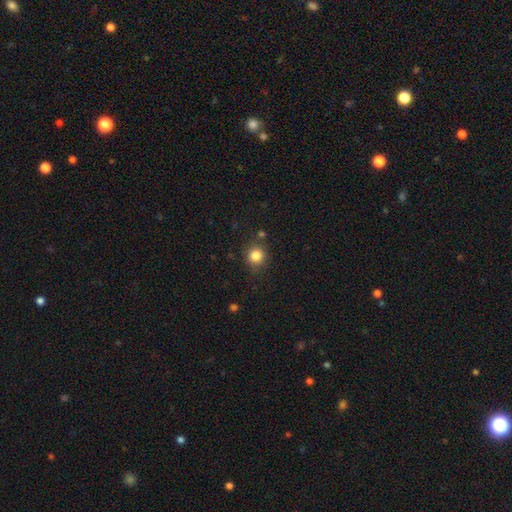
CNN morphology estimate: Q: Smooth or featured?
A: smooth (83%); runner-up: star or artifact (12%)
Q: How rounded?
A: round (91%); runner-up: in between (9%)
Q: Merging?
A: none (84%); runner-up: minor disturbance (9%)